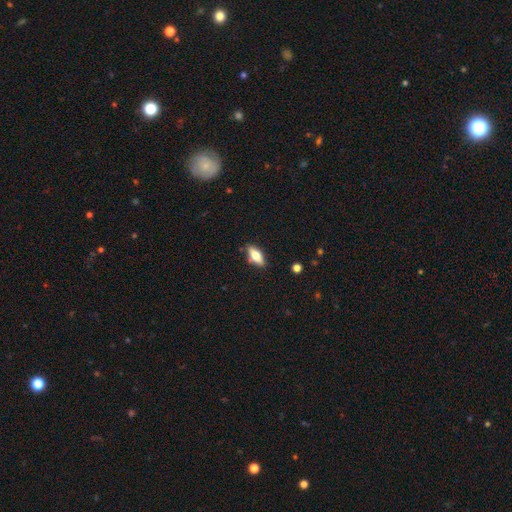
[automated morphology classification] This appears to be a smooth galaxy with no disk features (63%) that is in between round and cigar-shaped (72%). Merging: none (85%).